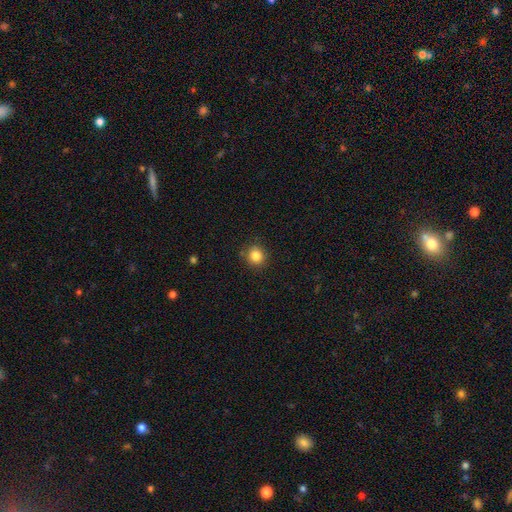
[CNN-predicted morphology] Q: Smooth or featured?
A: smooth (84%); runner-up: star or artifact (11%)
Q: How rounded?
A: round (90%); runner-up: in between (9%)
Q: Merging?
A: none (88%); runner-up: minor disturbance (8%)